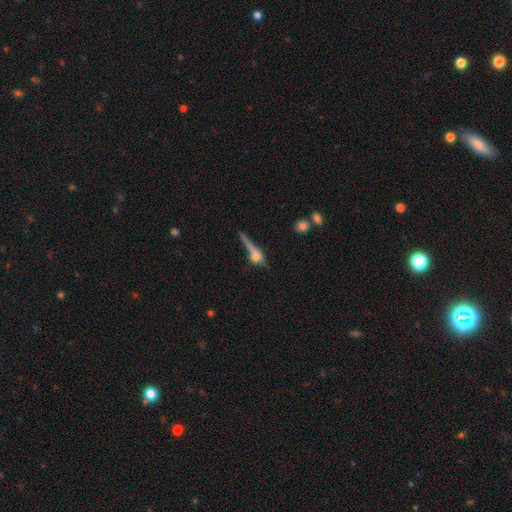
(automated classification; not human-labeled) Smooth or featured? featured or disk (45%)
Merging? none (48%)